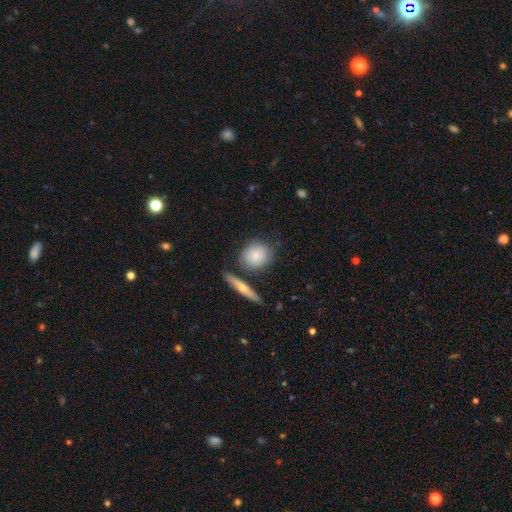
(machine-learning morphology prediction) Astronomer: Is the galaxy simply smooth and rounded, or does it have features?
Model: smooth — 76%.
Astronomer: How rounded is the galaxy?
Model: round — 72%.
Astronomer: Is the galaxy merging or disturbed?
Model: none — 69%.